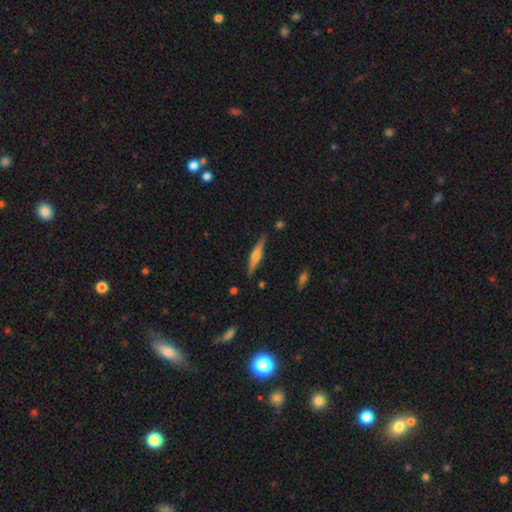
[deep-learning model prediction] Overall: featured or disk (60%; smooth 34%). Edge-on disk: yes (97%). Edge-on bulge: rounded (76%). Merging: none (87%).